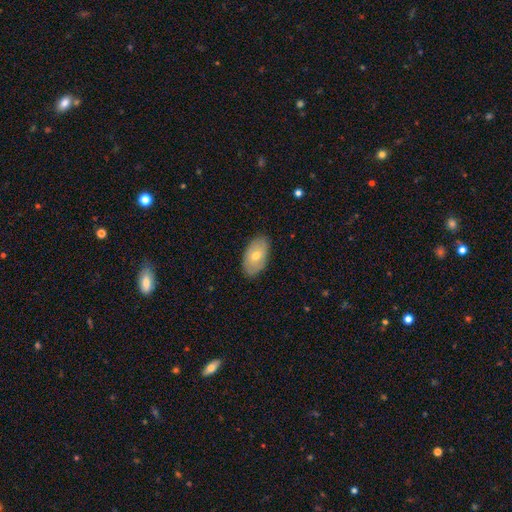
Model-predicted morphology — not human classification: A smooth galaxy with no disk features (64%) that is in between round and cigar-shaped (93%).

Vote fractions:
- Smooth or featured? smooth: 64% / featured or disk: 29% / star or artifact: 7%
- How rounded? in between: 93% / round: 5% / cigar-shaped: 2%
- Merging? none: 86% / minor disturbance: 11% / major disturbance: 2% / merger: 1%